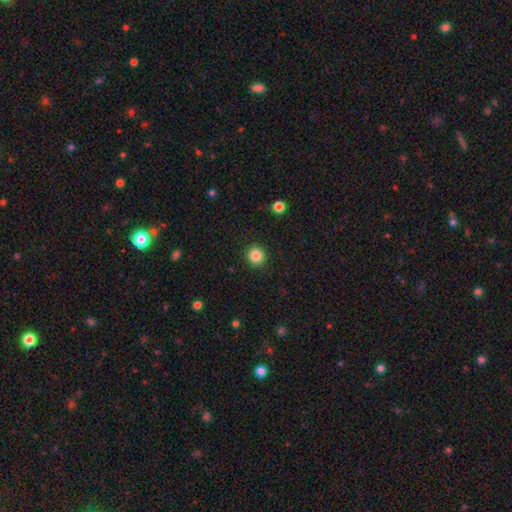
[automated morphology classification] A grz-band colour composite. It shows a smooth galaxy with no disk features (85%) that is round (93%). Merging: none (92%).